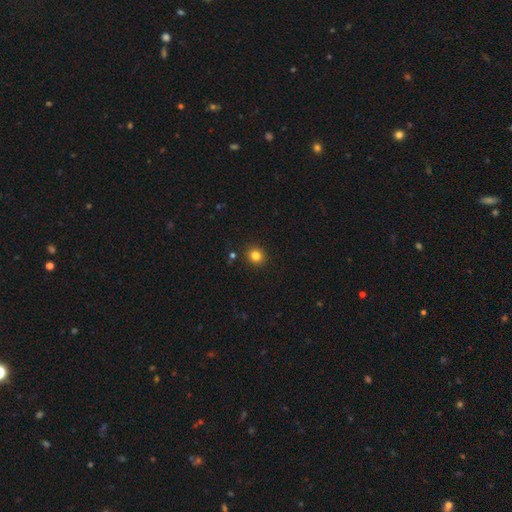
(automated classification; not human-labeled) This is clearly a smooth galaxy (82%). How rounded: clearly round (86%). Merging: clearly none (91%).